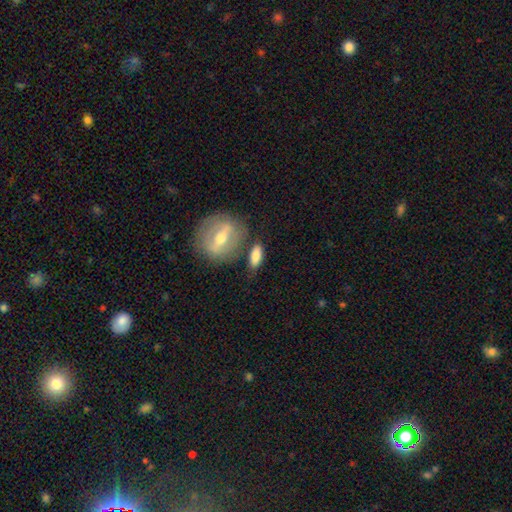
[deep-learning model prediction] smooth-or-featured: smooth: 70% | featured or disk: 23% | star or artifact: 7%
  how-rounded: in between: 69% | cigar-shaped: 24% | round: 7%
  merging: none: 68% | minor disturbance: 16% | merger: 10% | major disturbance: 5%